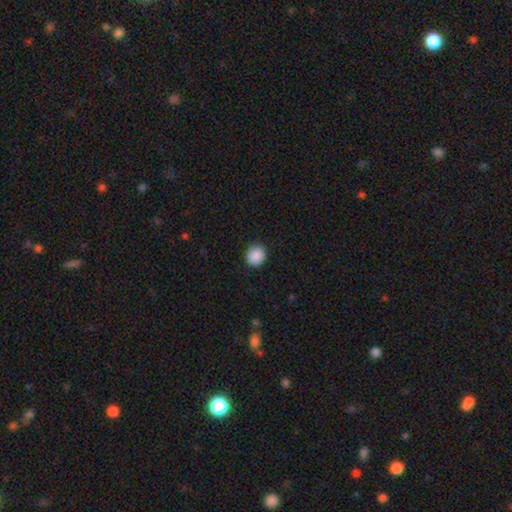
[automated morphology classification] Overall: smooth (89%). How rounded: round (84%). Merging: none (90%).